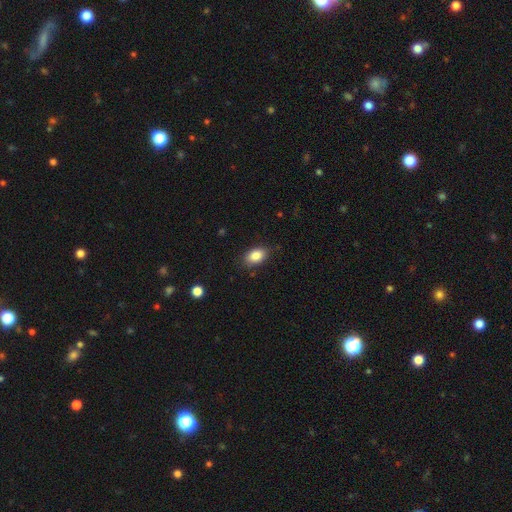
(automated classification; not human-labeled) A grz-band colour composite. It shows a smooth galaxy with no disk features (86%) that is in between round and cigar-shaped (89%). Merging: none (83%).